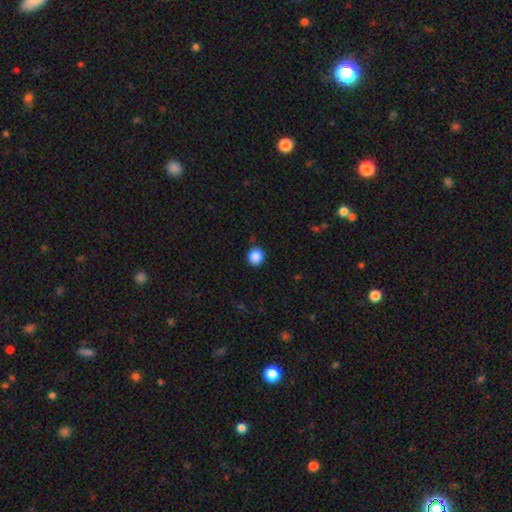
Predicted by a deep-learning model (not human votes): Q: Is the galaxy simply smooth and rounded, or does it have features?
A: smooth — 87%.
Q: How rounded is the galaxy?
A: round — 88%.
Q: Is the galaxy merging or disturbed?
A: none — 88%.